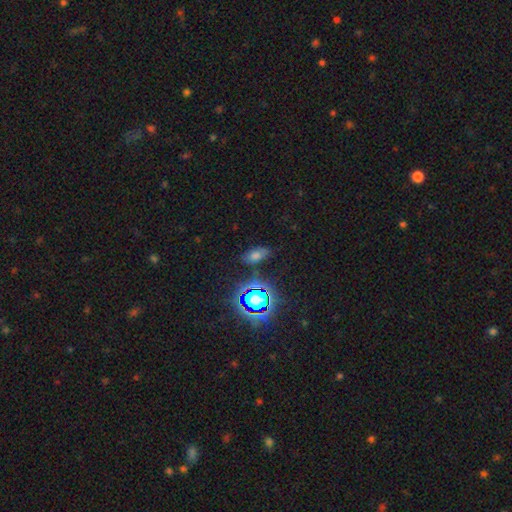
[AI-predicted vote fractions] The model was most divided on "smooth or featured": smooth: 59%, star or artifact: 28%, featured or disk: 12%. More confident: how rounded — in between (82%); merging — none (78%).